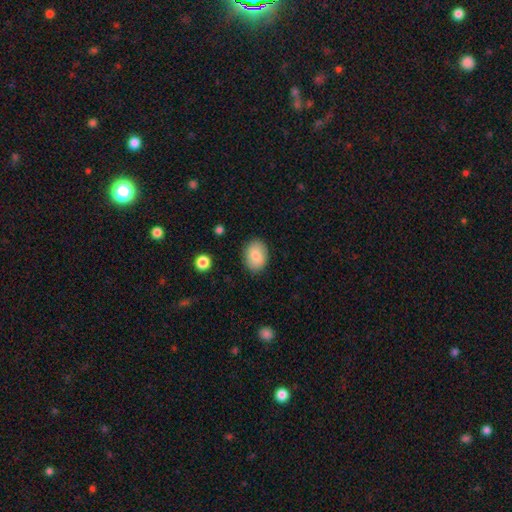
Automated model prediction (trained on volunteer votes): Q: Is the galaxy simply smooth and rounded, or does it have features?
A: smooth — 83%.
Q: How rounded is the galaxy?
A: in between — 73%.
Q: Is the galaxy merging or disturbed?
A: none — 87%.